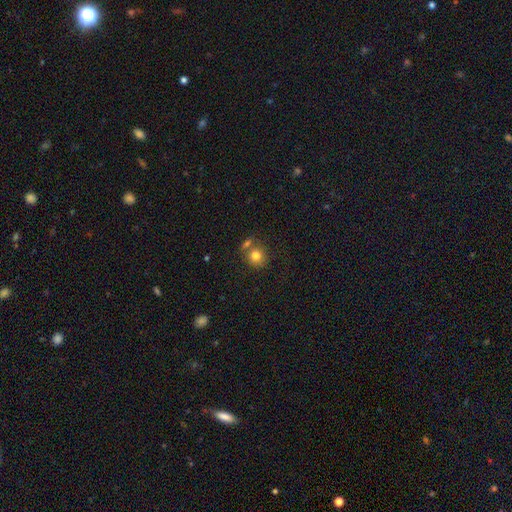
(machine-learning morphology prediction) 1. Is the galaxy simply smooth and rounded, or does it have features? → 79% smooth, 11% star or artifact, 10% featured or disk.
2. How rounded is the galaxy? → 84% round, 15% in between, 1% cigar-shaped.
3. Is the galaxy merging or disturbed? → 61% none, 24% merger, 12% minor disturbance, 4% major disturbance.